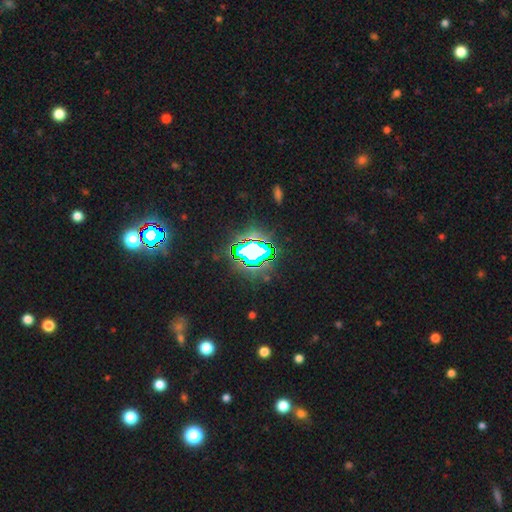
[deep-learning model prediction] The model was most divided on "smooth or featured": star or artifact: 74%, smooth: 15%, featured or disk: 11%.